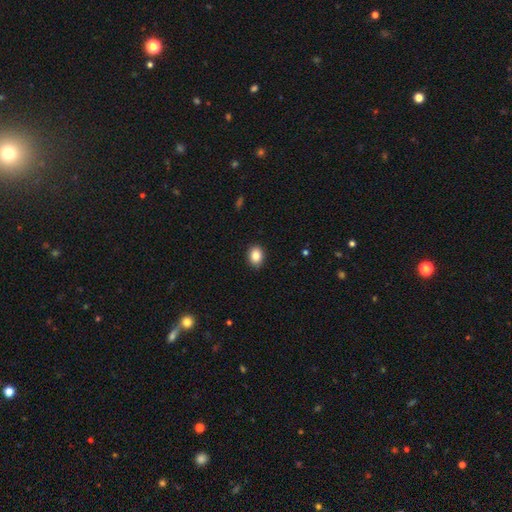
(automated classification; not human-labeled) Overall: smooth (86%). How rounded: in between (57%; round 42%). Merging: none (89%).